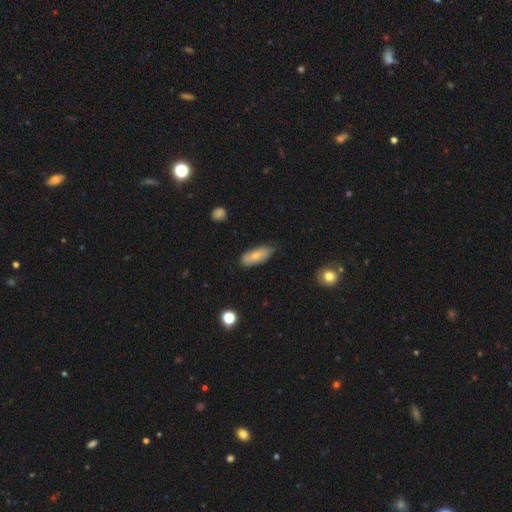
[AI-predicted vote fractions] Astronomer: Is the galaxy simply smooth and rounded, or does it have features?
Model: smooth — 71%.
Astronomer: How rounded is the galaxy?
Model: in between — 80%.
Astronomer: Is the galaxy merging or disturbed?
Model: none — 67%.